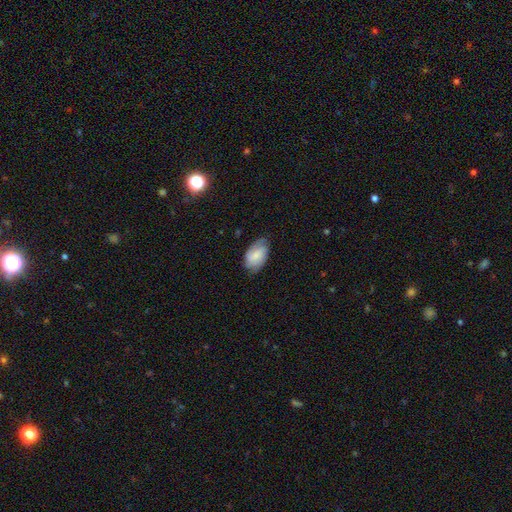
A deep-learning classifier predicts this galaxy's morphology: Q: Smooth or featured?
A: smooth (56%); runner-up: featured or disk (38%)
Q: How rounded?
A: in between (92%); runner-up: round (6%)
Q: Merging?
A: none (65%); runner-up: minor disturbance (27%)